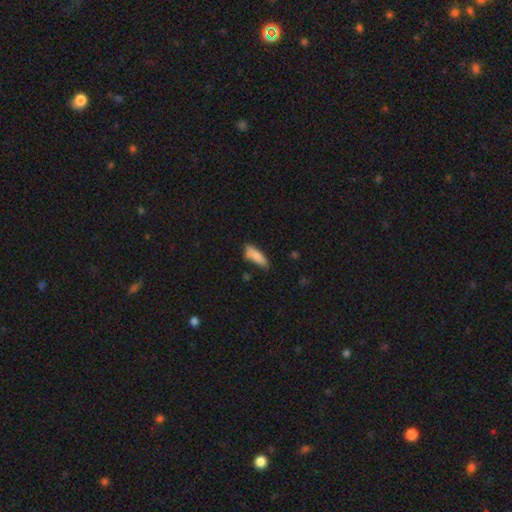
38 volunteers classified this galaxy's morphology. type=smooth (84%); roundness=in between (66%); merging=none (46%).